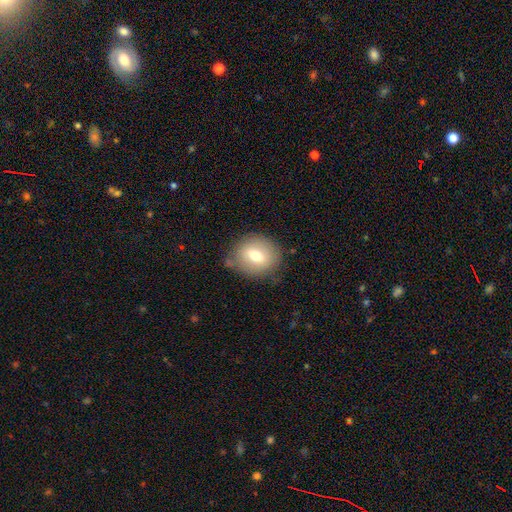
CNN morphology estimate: smooth_or_featured: smooth (p=0.67) [alt: featured or disk p=0.24]
how_rounded: round (p=0.75) [alt: in between p=0.24]
merging: none (p=0.77) [alt: minor disturbance p=0.15]